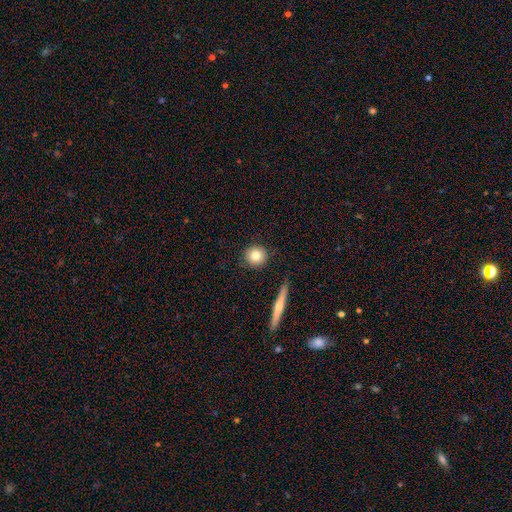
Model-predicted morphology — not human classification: type=smooth (80%); roundness=round (91%); merging=none (87%).